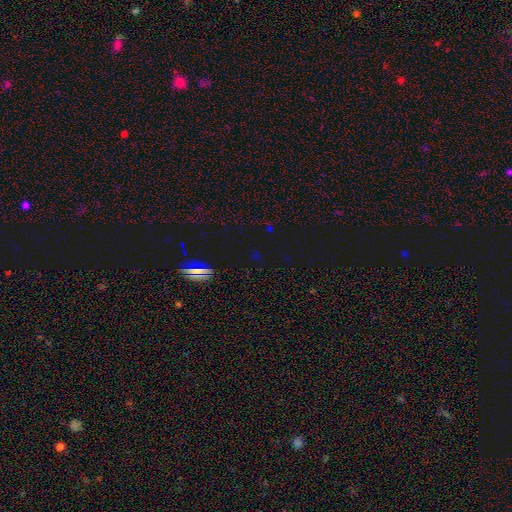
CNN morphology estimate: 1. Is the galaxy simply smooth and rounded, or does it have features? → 71% star or artifact, 21% smooth, 8% featured or disk.